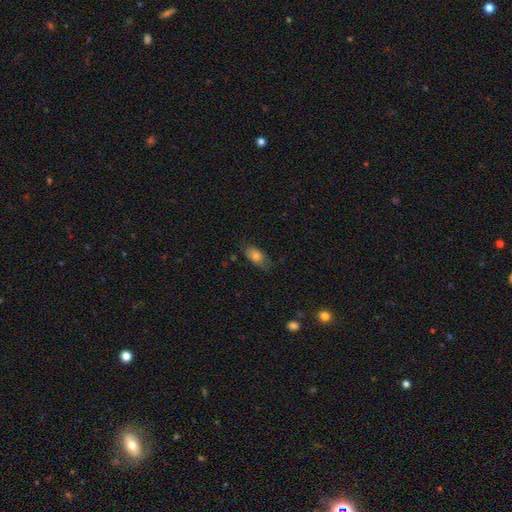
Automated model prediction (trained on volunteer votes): Smooth or featured? Predicted: smooth (p=0.78). How rounded? Predicted: in between (p=0.88). Merging? Predicted: none (p=0.66).